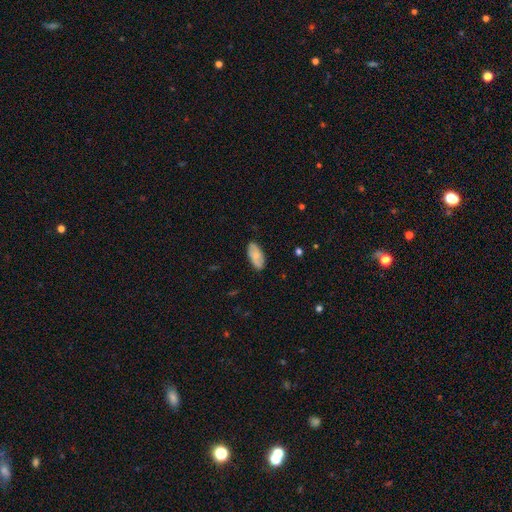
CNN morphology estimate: Smooth or featured? smooth (65%)
How rounded? in between (90%)
Merging? none (83%)